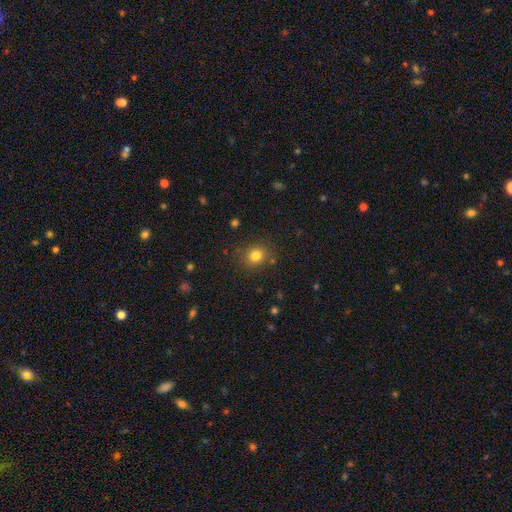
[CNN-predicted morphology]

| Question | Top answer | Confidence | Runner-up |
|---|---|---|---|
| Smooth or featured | smooth | 81% | star or artifact (13%) |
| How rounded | round | 81% | in between (18%) |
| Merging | none | 85% | minor disturbance (10%) |